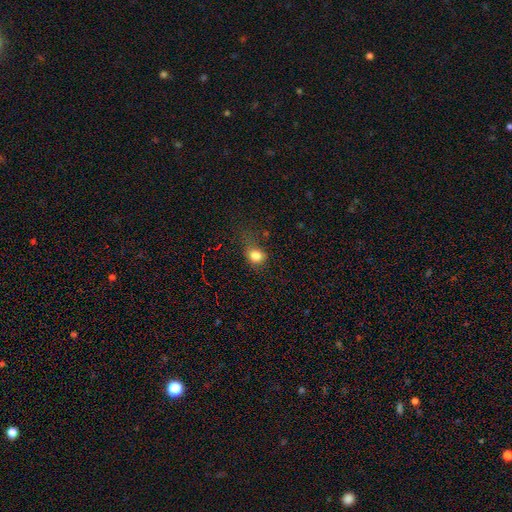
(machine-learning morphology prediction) smooth_or_featured: smooth (p=0.80) [alt: star or artifact p=0.12]
how_rounded: round (p=0.66) [alt: in between p=0.32]
merging: none (p=0.50) [alt: minor disturbance p=0.29]